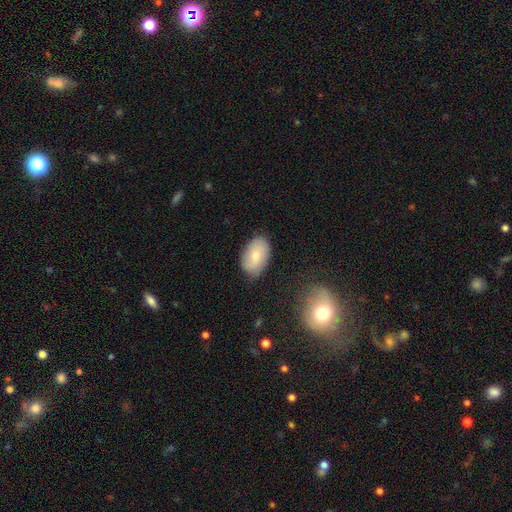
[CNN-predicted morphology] Smooth or featured?
  - smooth: 74% *
  - featured or disk: 19%
  - star or artifact: 7%
How rounded?
  - in between: 92% *
  - round: 7%
  - cigar-shaped: 1%
Merging?
  - none: 78% *
  - minor disturbance: 17%
  - major disturbance: 3%
  - merger: 2%